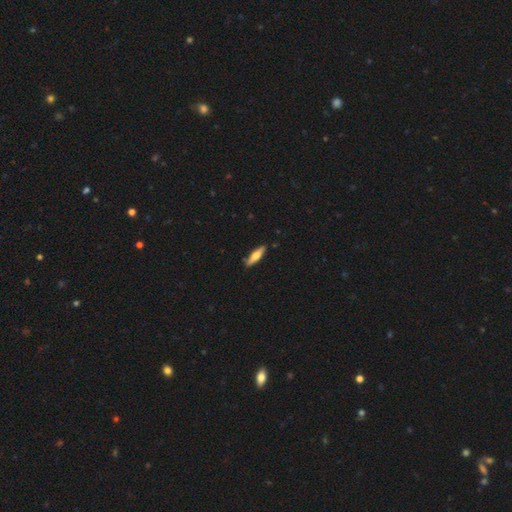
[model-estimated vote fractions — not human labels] The model was most divided on "smooth or featured": smooth: 55%, featured or disk: 40%, star or artifact: 5%. More confident: merging — none (86%); how rounded — cigar-shaped (68%).